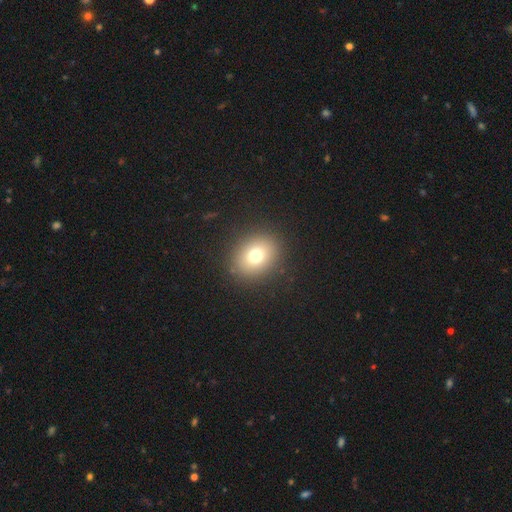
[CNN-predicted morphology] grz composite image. It shows a smooth galaxy with no disk features (74%) that is round (63%). Merging: none (89%).